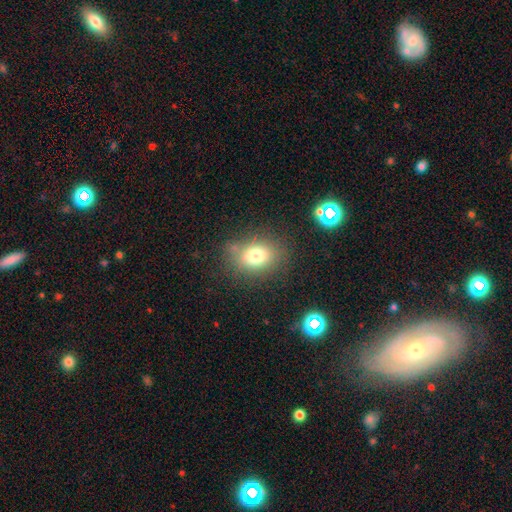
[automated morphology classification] This appears to be a smooth galaxy with no disk features (76%) that is in between round and cigar-shaped (59%). Merging: none (76%).